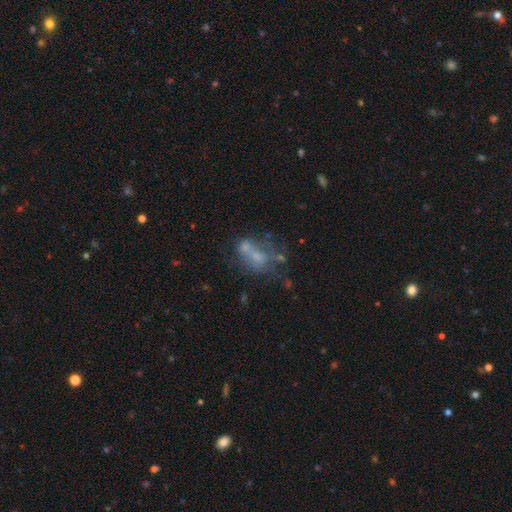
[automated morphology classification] This is marginally a featured or disk galaxy (43%). Merging: marginally merger (37%).